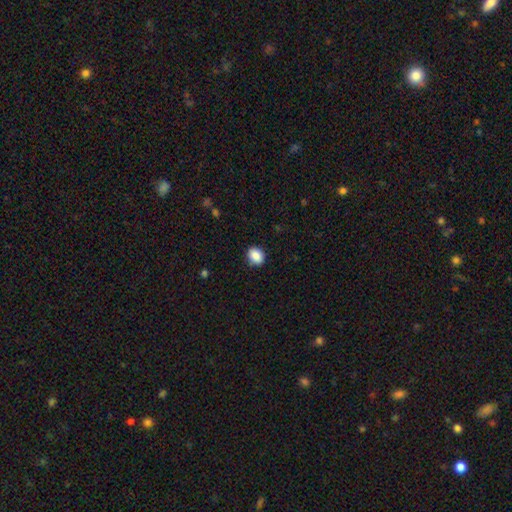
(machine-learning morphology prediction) Q: Smooth or featured?
A: smooth (88%); runner-up: star or artifact (8%)
Q: How rounded?
A: round (52%); runner-up: in between (47%)
Q: Merging?
A: none (86%); runner-up: minor disturbance (10%)